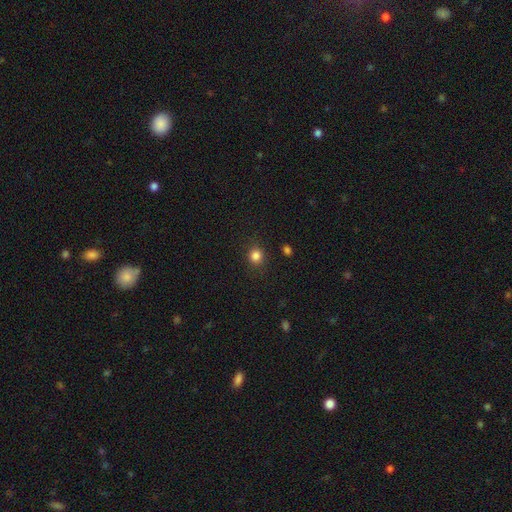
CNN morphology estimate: Smooth or featured?
  - smooth: 83% *
  - star or artifact: 13%
  - featured or disk: 4%
How rounded?
  - round: 87% *
  - in between: 12%
  - cigar-shaped: 1%
Merging?
  - none: 87% *
  - minor disturbance: 8%
  - major disturbance: 3%
  - merger: 2%